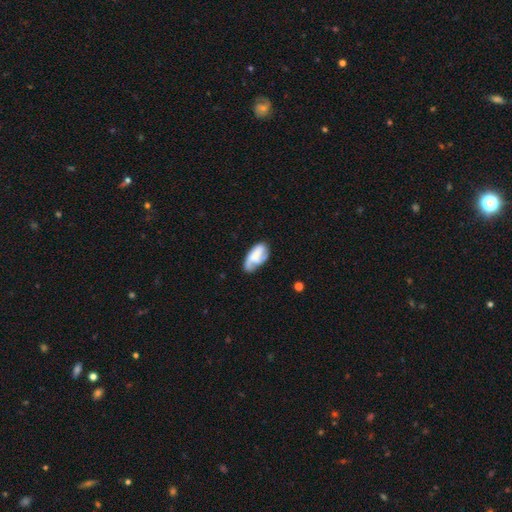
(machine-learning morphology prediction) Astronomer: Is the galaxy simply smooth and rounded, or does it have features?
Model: smooth — 48% (runner-up: featured or disk, 44%).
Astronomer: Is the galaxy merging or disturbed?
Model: none — 41% (runner-up: minor disturbance, 32%).